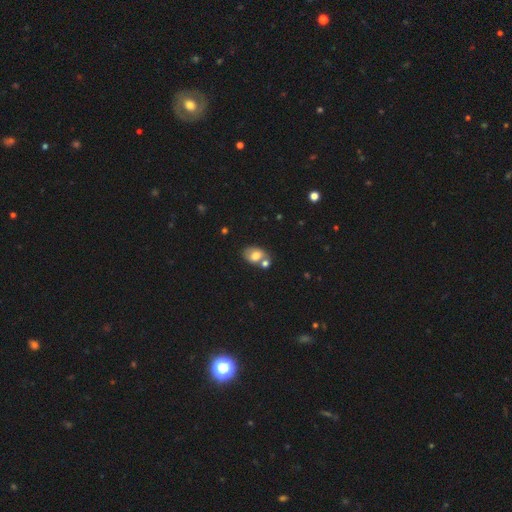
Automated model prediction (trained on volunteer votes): This is likely a smooth galaxy (71%). How rounded: likely in between (79%). Merging: marginally none (44%).